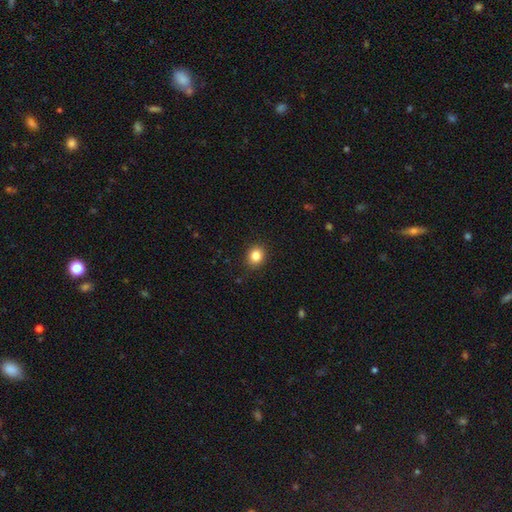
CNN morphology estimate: Smooth or featured? smooth (83%)
How rounded? round (68%)
Merging? none (90%)